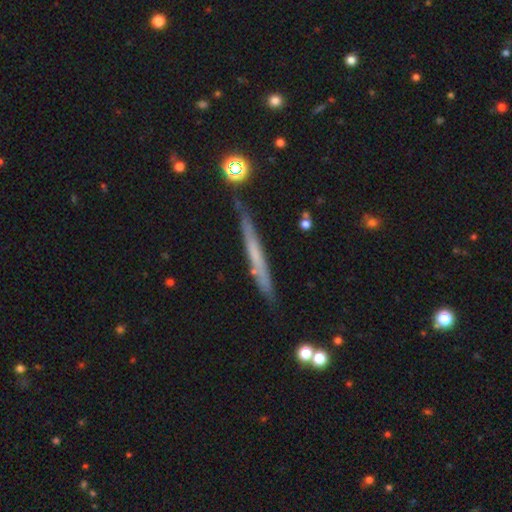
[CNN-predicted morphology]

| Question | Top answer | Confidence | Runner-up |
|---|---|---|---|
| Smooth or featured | featured or disk | 50% | smooth (43%) |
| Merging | none | 83% | minor disturbance (12%) |